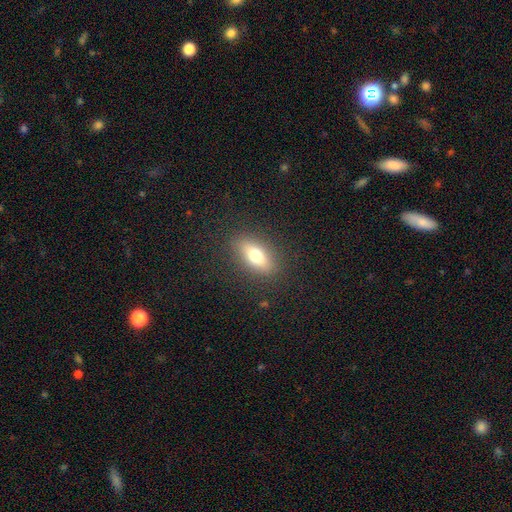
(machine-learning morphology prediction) smooth_or_featured: smooth (p=0.70) [alt: featured or disk p=0.20]
how_rounded: in between (p=0.78) [alt: cigar-shaped p=0.15]
merging: none (p=0.87) [alt: minor disturbance p=0.09]